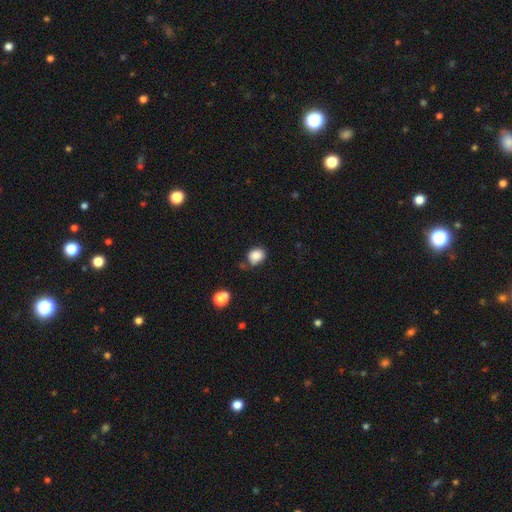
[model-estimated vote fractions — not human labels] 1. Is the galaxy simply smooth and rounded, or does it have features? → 86% smooth, 10% star or artifact, 4% featured or disk.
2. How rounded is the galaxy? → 50% in between, 49% round, 1% cigar-shaped.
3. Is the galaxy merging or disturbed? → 65% none, 23% minor disturbance, 6% merger, 5% major disturbance.